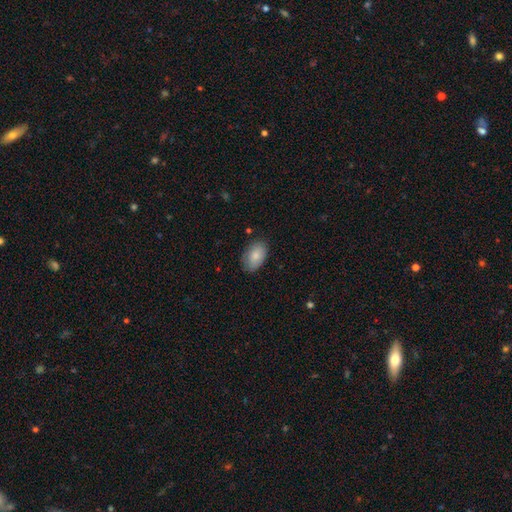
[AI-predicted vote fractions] Morphology: type=smooth (84%); roundness=in between (93%); merging=none (81%).